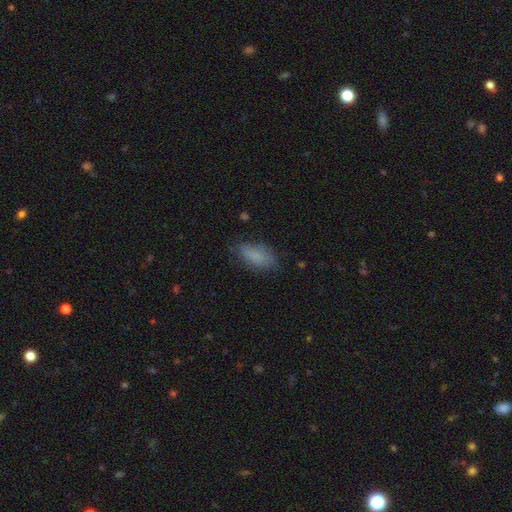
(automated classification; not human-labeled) Smooth or featured? Predicted: smooth (p=0.81). How rounded? Predicted: in between (p=0.84). Merging? Predicted: none (p=0.68).